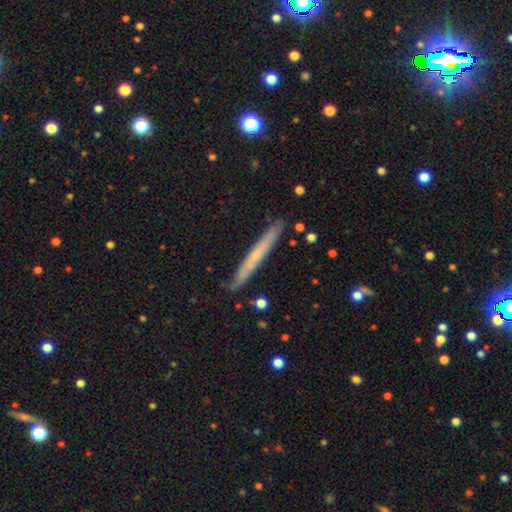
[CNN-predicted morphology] smooth_or_featured: featured or disk (p=0.50) [alt: smooth p=0.43]
merging: none (p=0.88) [alt: minor disturbance p=0.09]